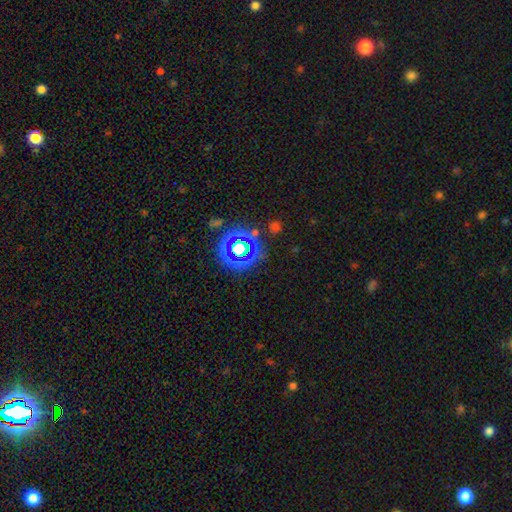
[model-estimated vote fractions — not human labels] Morphology: type=star or artifact (59%).